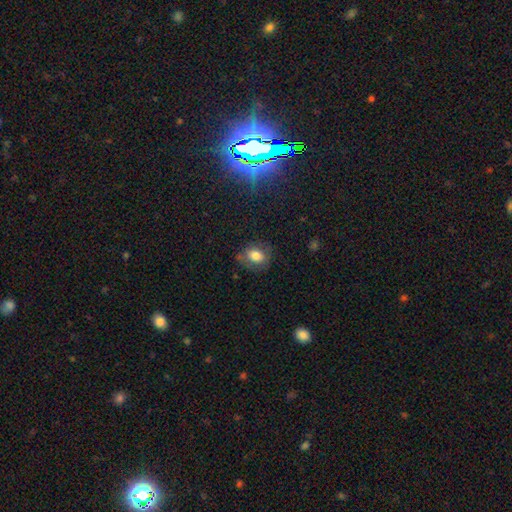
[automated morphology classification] smooth_or_featured: smooth (p=0.76) [alt: featured or disk p=0.15]
how_rounded: in between (p=0.54) [alt: round p=0.45]
merging: none (p=0.72) [alt: minor disturbance p=0.19]